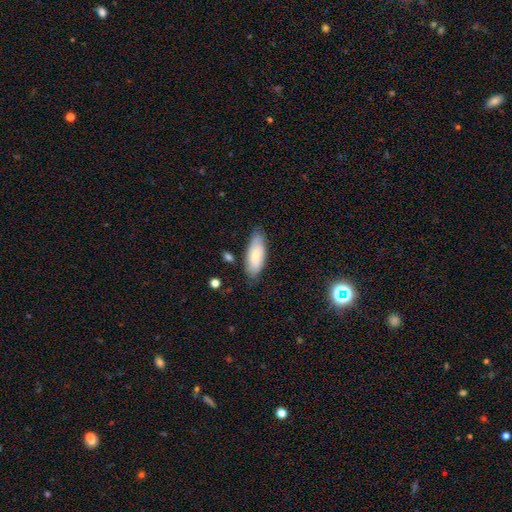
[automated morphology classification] smooth-or-featured: smooth: 75% | featured or disk: 19% | star or artifact: 6%
  how-rounded: in between: 76% | cigar-shaped: 22% | round: 2%
  merging: none: 75% | minor disturbance: 19% | major disturbance: 3% | merger: 3%